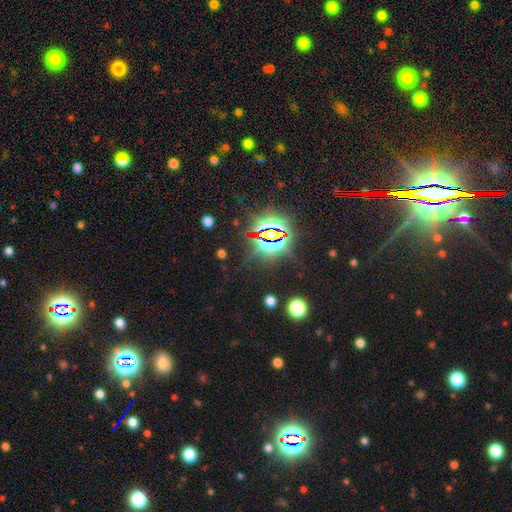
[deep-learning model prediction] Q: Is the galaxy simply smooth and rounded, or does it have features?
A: star or artifact — 84%.